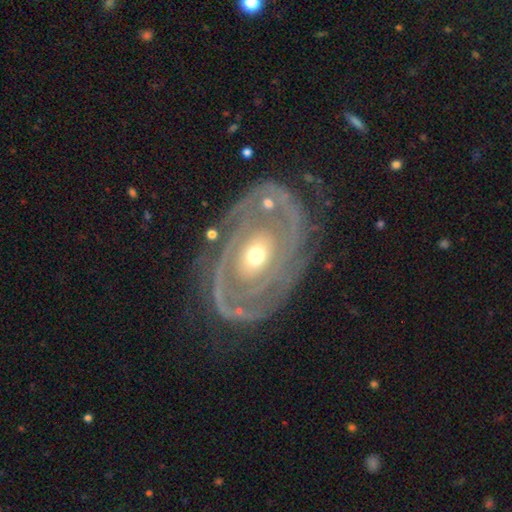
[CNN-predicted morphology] Smooth or featured?
  - featured or disk: 87% *
  - smooth: 8%
  - star or artifact: 5%
Edge-on disk?
  - no: 96% *
  - yes: 4%
Bar?
  - no: 81% *
  - weak: 12%
  - strong: 6%
Spiral arms?
  - yes: 83% *
  - no: 17%
Spiral winding?
  - tight: 67% *
  - medium: 22%
  - loose: 10%
Spiral arm count?
  - 2: 41% *
  - can't tell: 25%
  - 3: 12%
  - 1: 9%
  - 4: 7%
  - more than 4: 6%
Bulge size?
  - moderate: 54% *
  - small: 39%
  - large: 4%
  - dominant: 1%
  - none: 1%
Merging?
  - none: 62% *
  - minor disturbance: 18%
  - major disturbance: 15%
  - merger: 4%